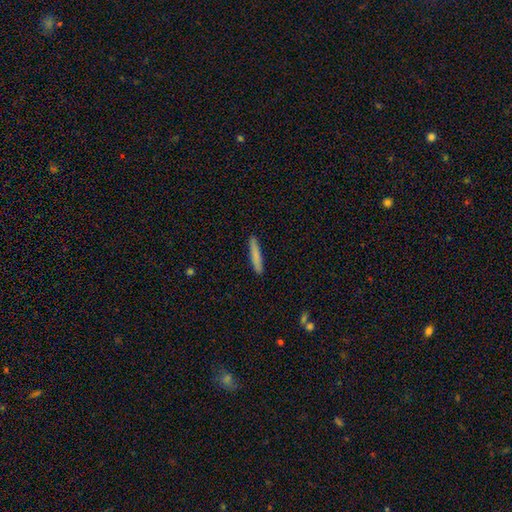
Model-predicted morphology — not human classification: Q: Smooth or featured?
A: smooth (80%); runner-up: featured or disk (14%)
Q: How rounded?
A: cigar-shaped (94%); runner-up: in between (4%)
Q: Merging?
A: none (91%); runner-up: minor disturbance (7%)